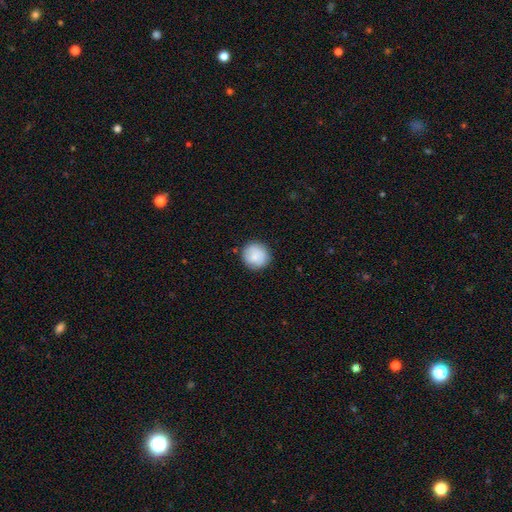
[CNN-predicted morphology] Smooth or featured?
  - smooth: 73% *
  - featured or disk: 20%
  - star or artifact: 7%
How rounded?
  - round: 93% *
  - in between: 6%
  - cigar-shaped: 1%
Merging?
  - none: 85% *
  - minor disturbance: 11%
  - major disturbance: 3%
  - merger: 1%